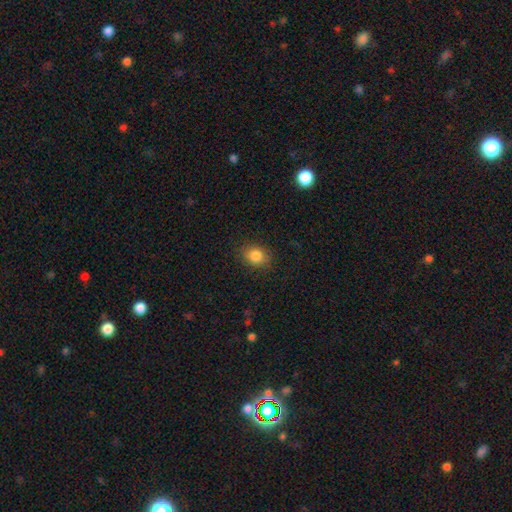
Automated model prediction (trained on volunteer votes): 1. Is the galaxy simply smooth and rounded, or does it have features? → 84% smooth, 10% star or artifact, 6% featured or disk.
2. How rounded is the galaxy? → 58% round, 41% in between, 1% cigar-shaped.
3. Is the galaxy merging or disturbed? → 85% none, 11% minor disturbance, 3% major disturbance, 1% merger.